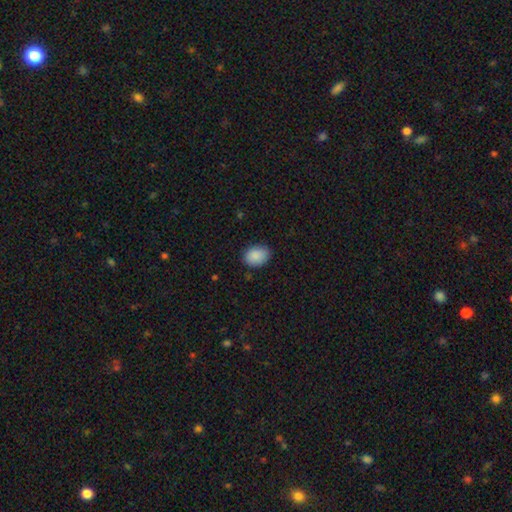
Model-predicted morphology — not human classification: A smooth galaxy with no disk features (89%) that is in between round and cigar-shaped (70%).

Vote fractions:
- Smooth or featured? smooth: 89% / star or artifact: 7% / featured or disk: 4%
- How rounded? in between: 70% / round: 29% / cigar-shaped: 1%
- Merging? none: 81% / minor disturbance: 15% / major disturbance: 3% / merger: 1%